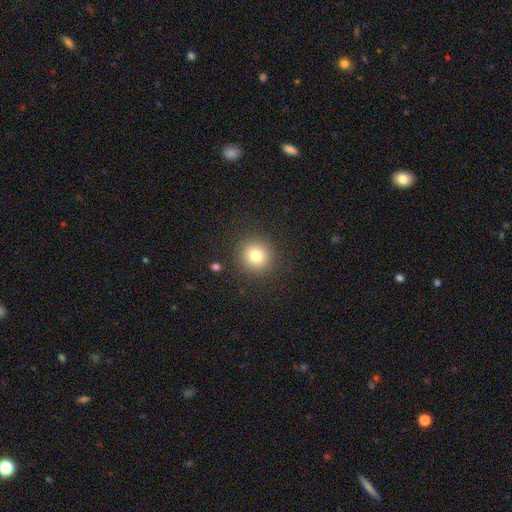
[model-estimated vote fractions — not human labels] smooth_or_featured: smooth (p=0.79) [alt: star or artifact p=0.13]
how_rounded: round (p=0.92) [alt: in between p=0.07]
merging: none (p=0.89) [alt: minor disturbance p=0.06]